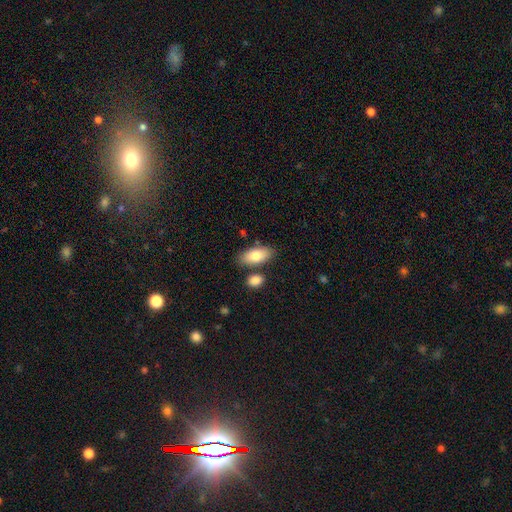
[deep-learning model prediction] Smooth or featured: smooth — 80% (featured or disk — 14%)
How rounded: in between — 90% (cigar-shaped — 6%)
Merging: none — 76% (minor disturbance — 11%)